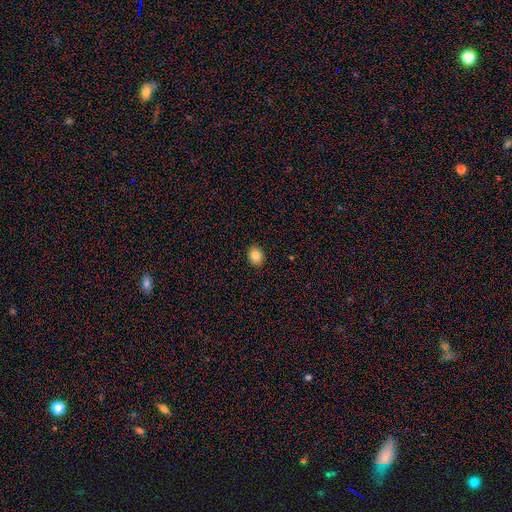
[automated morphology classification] A smooth galaxy with no disk features (83%) that is round (51%). Merging: none (90%).